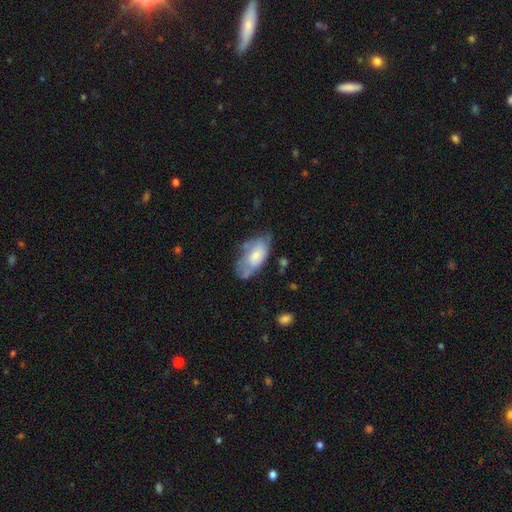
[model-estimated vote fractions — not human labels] Overall: smooth (58%; featured or disk 35%). How rounded: in between (91%). Merging: none (44%; minor disturbance 34%).